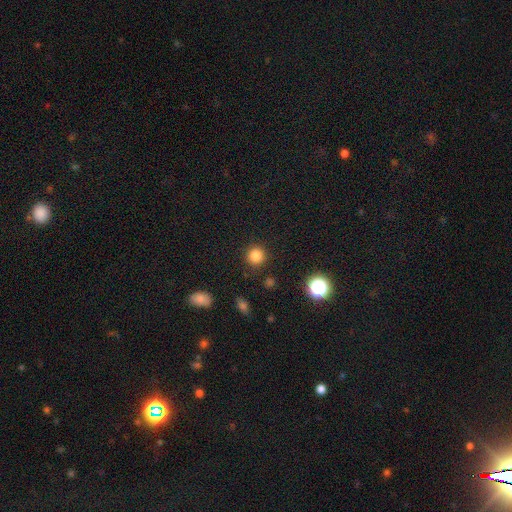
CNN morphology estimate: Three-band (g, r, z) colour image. It shows a smooth galaxy with no disk features (83%) that is round (93%). Merging: none (90%).